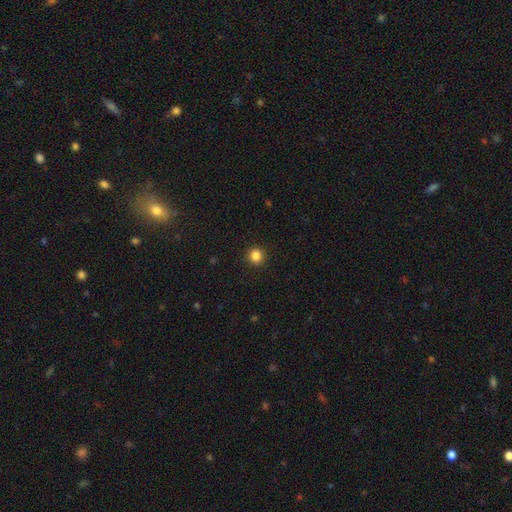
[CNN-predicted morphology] Smooth or featured?
  - smooth: 85% *
  - star or artifact: 11%
  - featured or disk: 4%
How rounded?
  - round: 94% *
  - in between: 5%
  - cigar-shaped: 1%
Merging?
  - none: 93% *
  - minor disturbance: 5%
  - major disturbance: 2%
  - merger: 1%